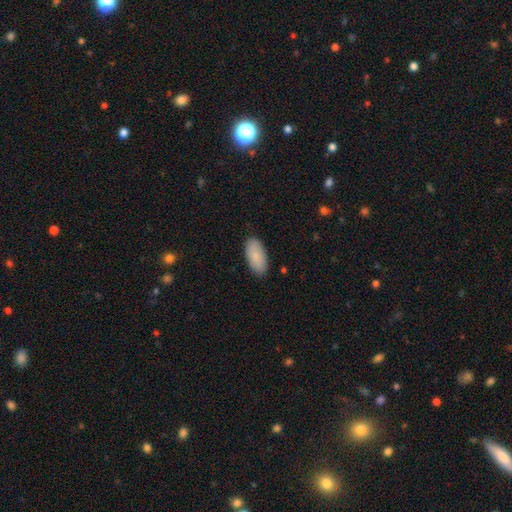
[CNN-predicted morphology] Overall: smooth (87%). How rounded: in between (93%). Merging: none (88%).